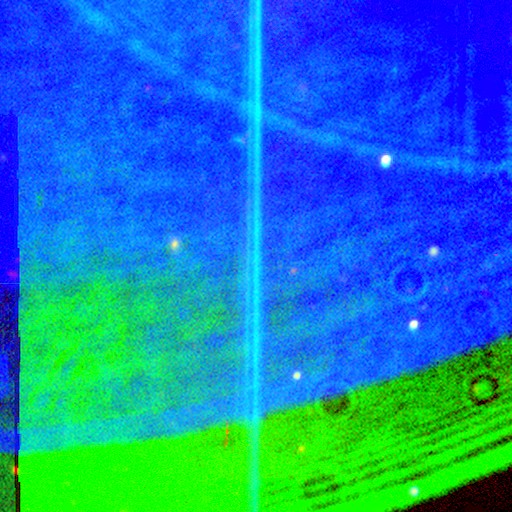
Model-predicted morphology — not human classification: star or artifact 88%, featured or disk 8%, smooth 5%.